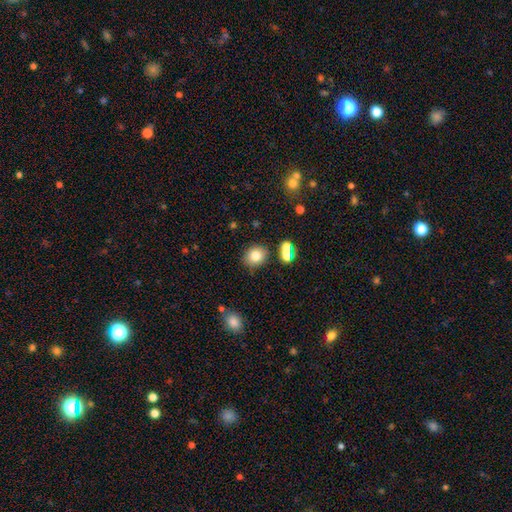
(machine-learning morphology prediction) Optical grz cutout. It shows a smooth galaxy with no disk features (78%) that is round (71%). Merging: none (83%).